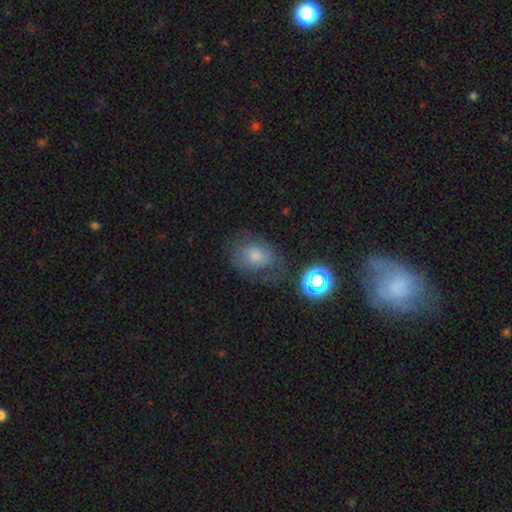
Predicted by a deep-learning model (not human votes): Q: Smooth or featured?
A: smooth (59%); runner-up: featured or disk (26%)
Q: How rounded?
A: in between (59%); runner-up: round (39%)
Q: Merging?
A: none (58%); runner-up: minor disturbance (24%)